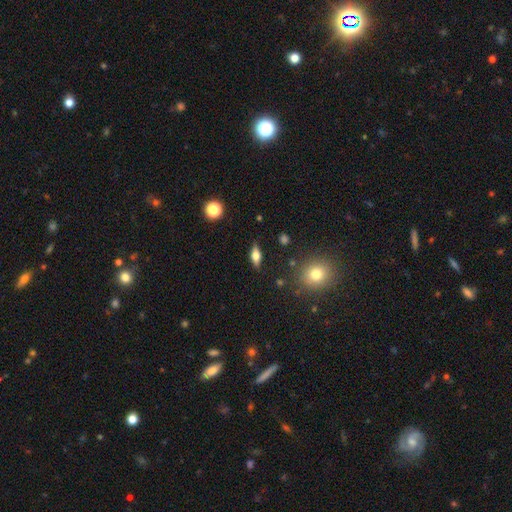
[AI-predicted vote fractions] Q: Smooth or featured?
A: smooth (46%); runner-up: featured or disk (45%)
Q: Merging?
A: none (84%); runner-up: minor disturbance (11%)